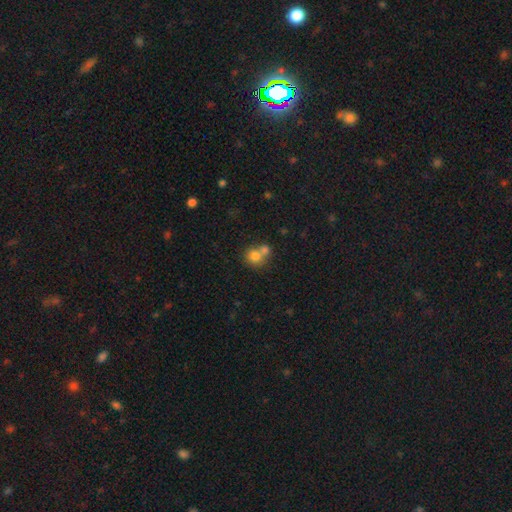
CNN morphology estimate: Smooth or featured?
  - smooth: 76% *
  - featured or disk: 13%
  - star or artifact: 11%
How rounded?
  - round: 83% *
  - in between: 16%
  - cigar-shaped: 1%
Merging?
  - merger: 52% *
  - none: 37%
  - minor disturbance: 7%
  - major disturbance: 3%